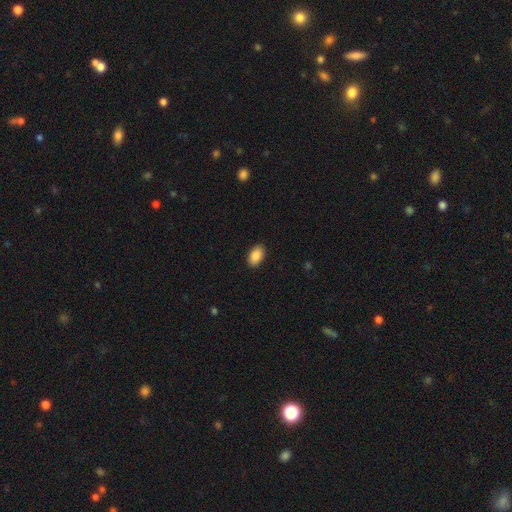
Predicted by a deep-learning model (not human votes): A smooth galaxy with no disk features (89%) that is in between round and cigar-shaped (93%). Merging: none (90%).